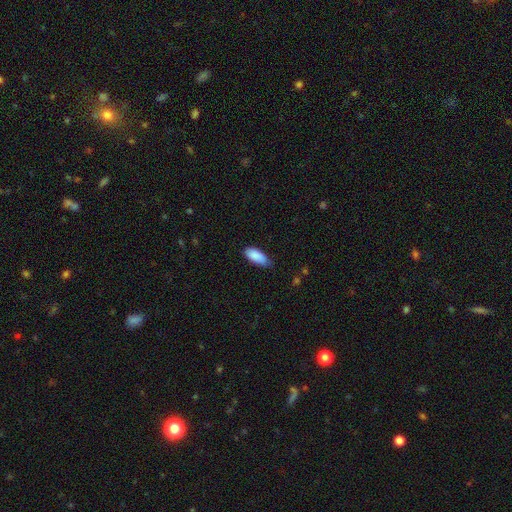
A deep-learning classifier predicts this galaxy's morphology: Smooth or featured: smooth — 89% (star or artifact — 6%)
How rounded: in between — 87% (cigar-shaped — 11%)
Merging: none — 65% (minor disturbance — 30%)